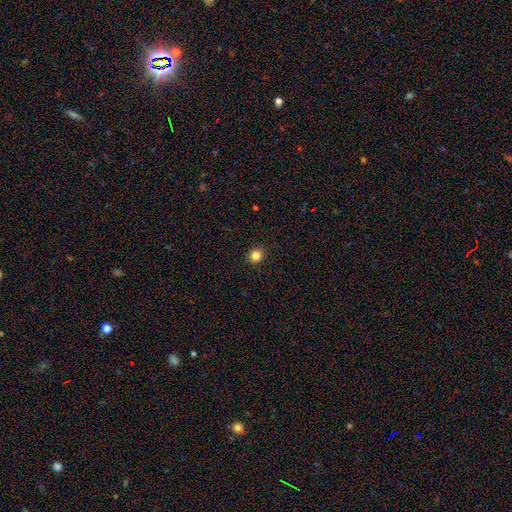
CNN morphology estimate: Smooth or featured? smooth (83%)
How rounded? round (88%)
Merging? none (92%)